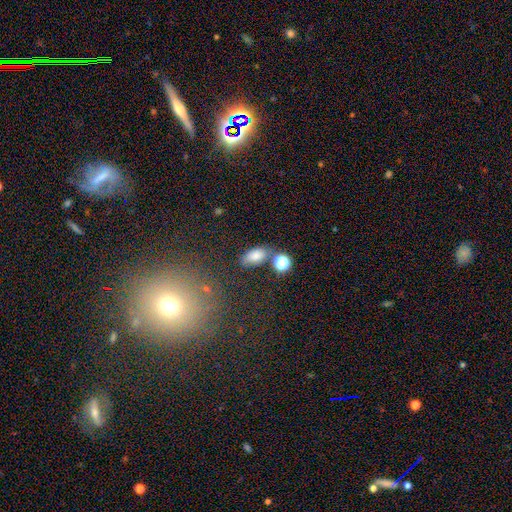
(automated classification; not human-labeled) Overall: smooth (79%). How rounded: in between (88%). Merging: none (68%).